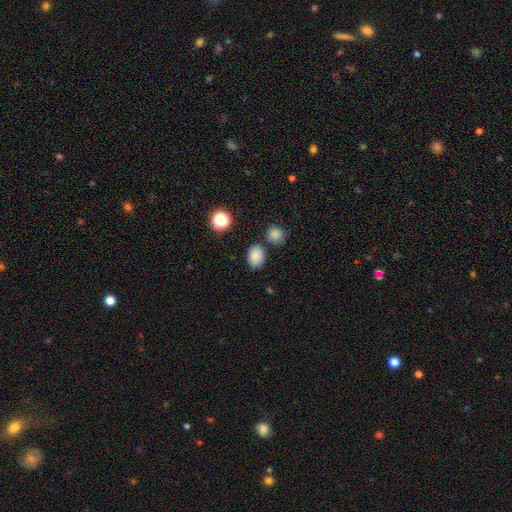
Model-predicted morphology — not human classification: smooth-or-featured: smooth: 83% | star or artifact: 11% | featured or disk: 6%
  how-rounded: in between: 75% | round: 24% | cigar-shaped: 1%
  merging: none: 75% | minor disturbance: 13% | merger: 8% | major disturbance: 3%